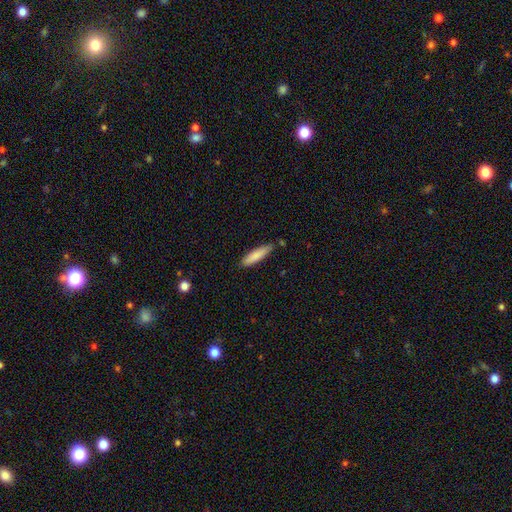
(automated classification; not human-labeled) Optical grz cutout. It shows a smooth galaxy with no disk features (83%) that is cigar-shaped (76%). Merging: none (78%).